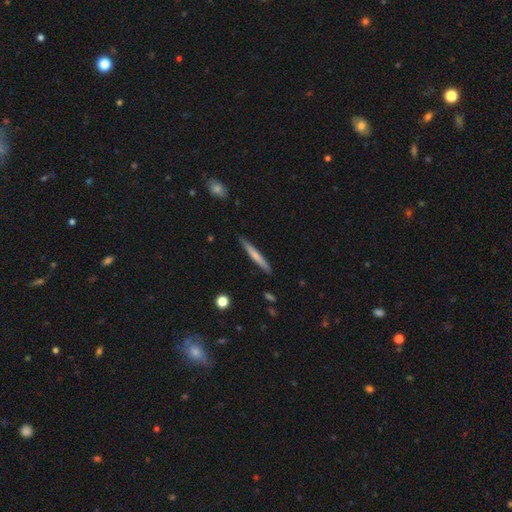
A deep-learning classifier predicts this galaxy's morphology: Q: Smooth or featured?
A: smooth (61%); runner-up: featured or disk (34%)
Q: How rounded?
A: cigar-shaped (96%); runner-up: in between (3%)
Q: Merging?
A: none (88%); runner-up: minor disturbance (10%)